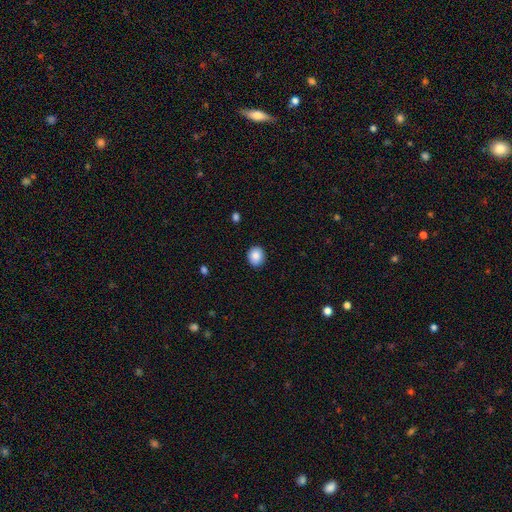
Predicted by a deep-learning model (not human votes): The model was most divided on "how rounded": round: 73%, in between: 26%, cigar-shaped: 1%. More confident: merging — none (90%); smooth or featured — smooth (87%).